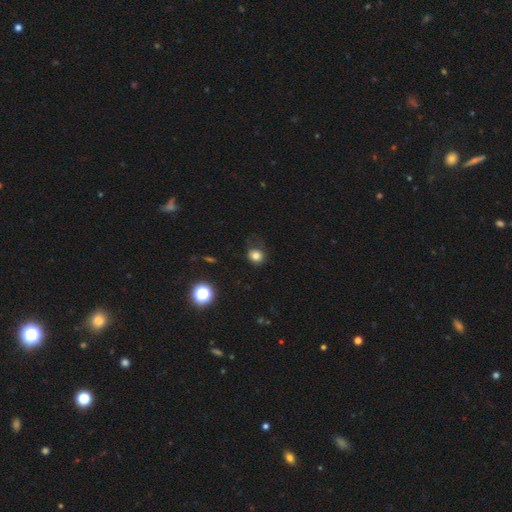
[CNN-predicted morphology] Smooth or featured: smooth — 80% (star or artifact — 14%)
How rounded: round — 79% (in between — 20%)
Merging: none — 67% (minor disturbance — 22%)